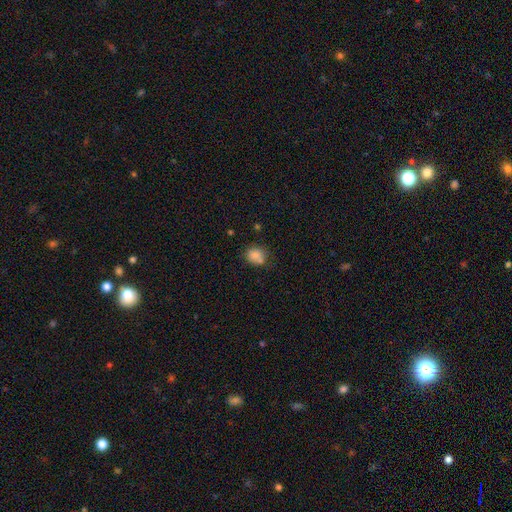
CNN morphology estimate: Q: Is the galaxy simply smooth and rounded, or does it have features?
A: smooth — 80%.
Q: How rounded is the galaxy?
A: round — 56%.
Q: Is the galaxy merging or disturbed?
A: none — 54%.